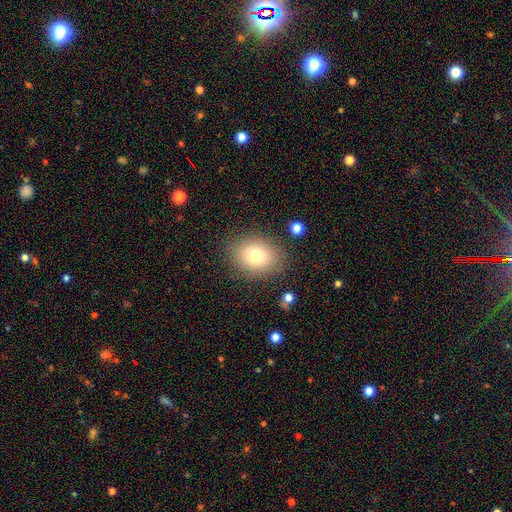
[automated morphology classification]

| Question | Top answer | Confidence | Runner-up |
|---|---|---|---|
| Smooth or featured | smooth | 75% | featured or disk (13%) |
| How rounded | in between | 52% | round (47%) |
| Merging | none | 84% | minor disturbance (10%) |